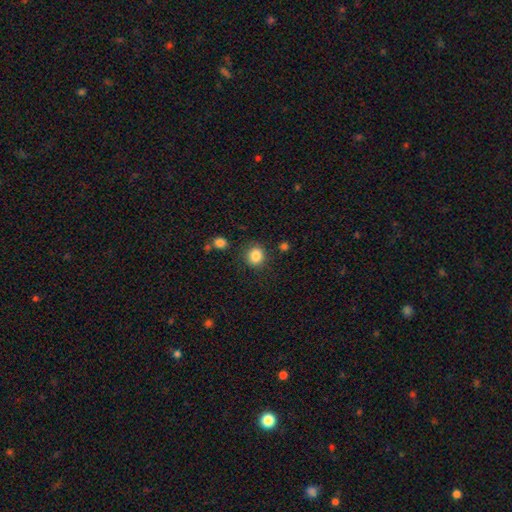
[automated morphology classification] smooth_or_featured: smooth (p=0.85) [alt: star or artifact p=0.10]
how_rounded: round (p=0.84) [alt: in between p=0.15]
merging: none (p=0.84) [alt: minor disturbance p=0.09]